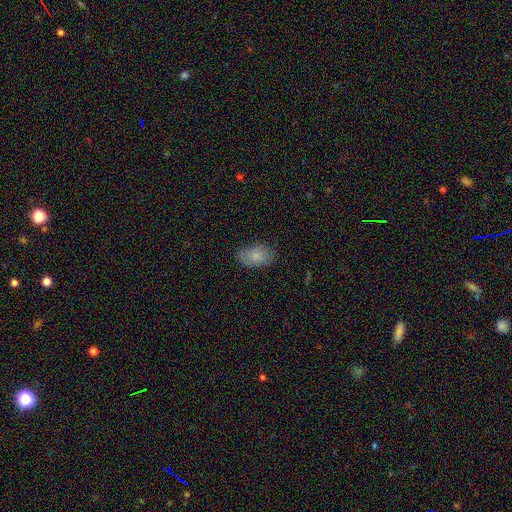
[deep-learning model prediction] smooth 82%, featured or disk 11%, star or artifact 7%. Down the decision tree: how rounded — in between (90%); merging — none (81%).